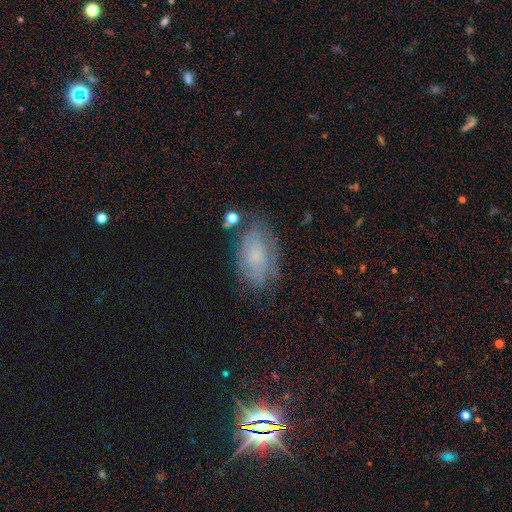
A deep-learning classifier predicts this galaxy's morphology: A smooth galaxy with no disk features (49%). Merging: none (66%).